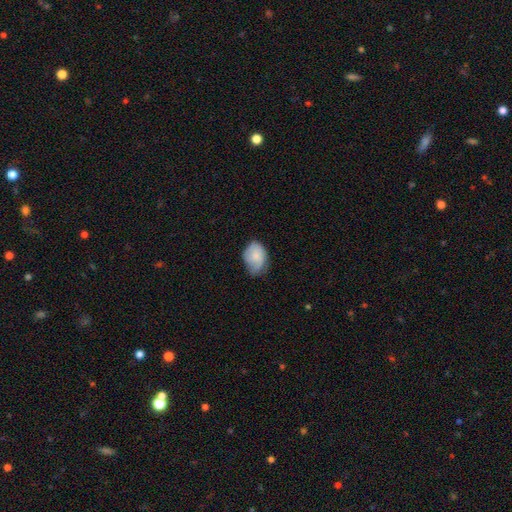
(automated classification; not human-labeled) Q: Smooth or featured?
A: smooth (72%); runner-up: featured or disk (21%)
Q: How rounded?
A: in between (74%); runner-up: round (25%)
Q: Merging?
A: none (49%); runner-up: minor disturbance (39%)